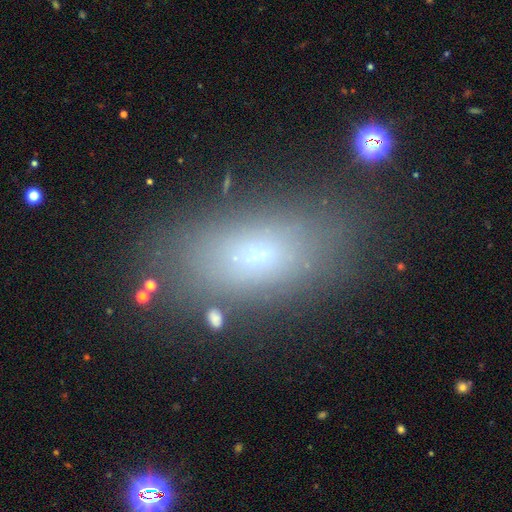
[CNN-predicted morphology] smooth_or_featured: smooth (p=0.67) [alt: featured or disk p=0.17]
how_rounded: in between (p=0.84) [alt: cigar-shaped p=0.10]
merging: none (p=0.79) [alt: minor disturbance p=0.13]